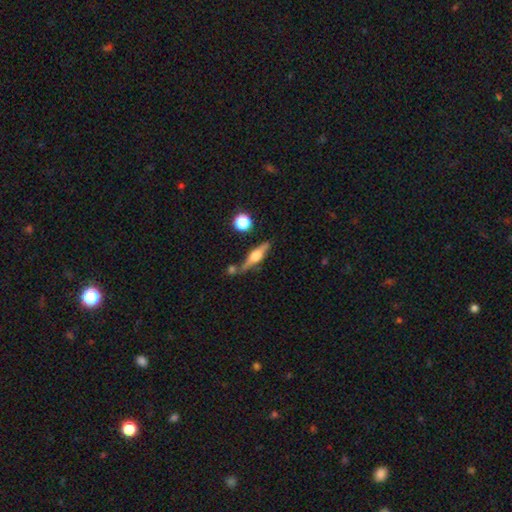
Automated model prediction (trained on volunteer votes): Morphology: type=featured or disk (72%); edge-on=yes (95%); edge-on bulge=rounded (90%); merging=none (71%).